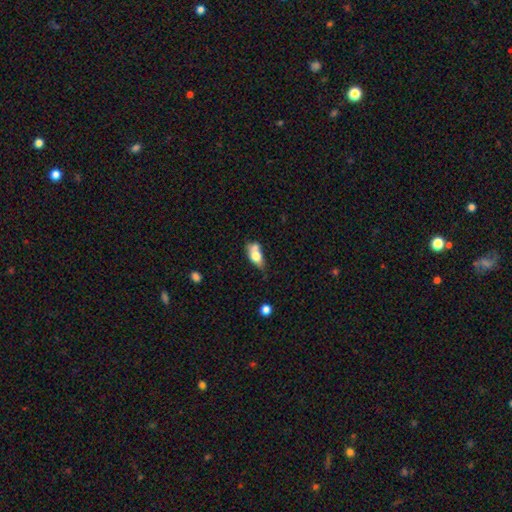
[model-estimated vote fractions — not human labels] Smooth or featured? Predicted: smooth (p=0.67). How rounded? Predicted: in between (p=0.79). Merging? Predicted: merger (p=0.36).